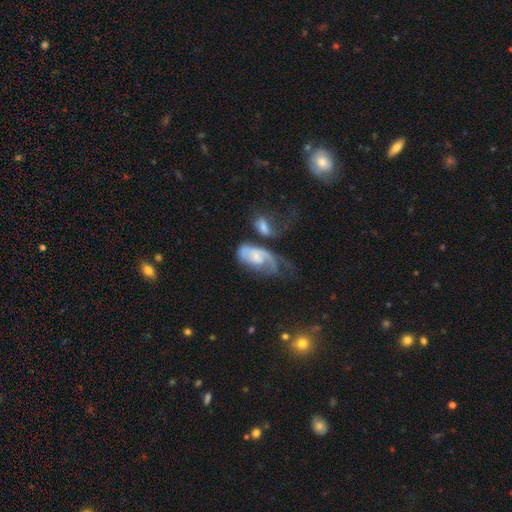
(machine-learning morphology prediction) featured or disk 63%, smooth 30%, star or artifact 7%. Down the decision tree: edge-on disk — no (95%); bar — no (68%); spiral arms — yes (79%); bulge size — small (48%); merging — major disturbance (37%).